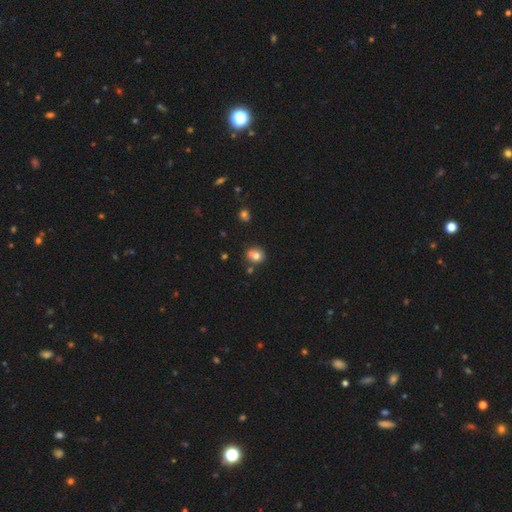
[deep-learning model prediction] A smooth galaxy with no disk features (76%) that is round (72%).

Vote fractions:
- Smooth or featured? smooth: 76% / featured or disk: 12% / star or artifact: 12%
- How rounded? round: 72% / in between: 27% / cigar-shaped: 1%
- Merging? none: 64% / minor disturbance: 16% / merger: 16% / major disturbance: 4%